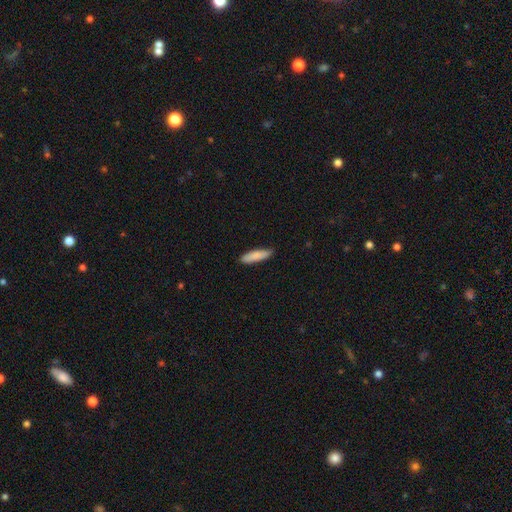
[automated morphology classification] This appears to be a smooth galaxy with no disk features (86%) that is cigar-shaped (71%). Merging: none (84%).